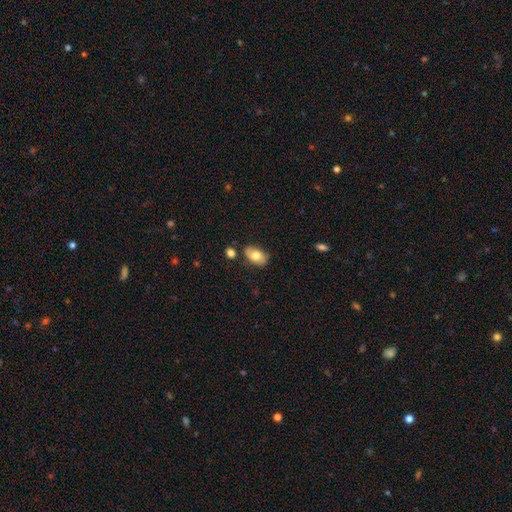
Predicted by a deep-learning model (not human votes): smooth-or-featured: smooth: 70% | featured or disk: 23% | star or artifact: 7%
  how-rounded: in between: 89% | round: 9% | cigar-shaped: 2%
  merging: none: 72% | minor disturbance: 19% | merger: 5% | major disturbance: 4%